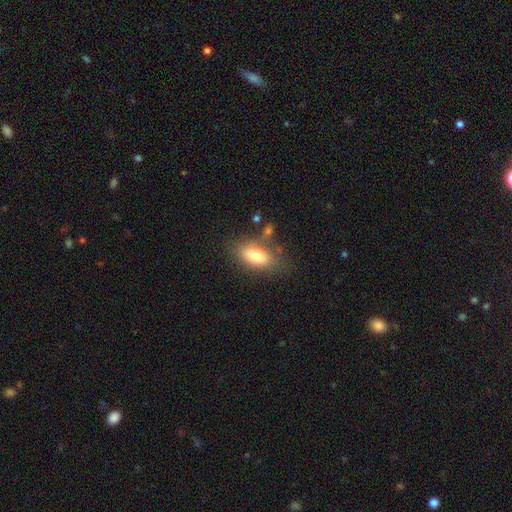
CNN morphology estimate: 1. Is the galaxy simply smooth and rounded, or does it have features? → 79% smooth, 13% featured or disk, 8% star or artifact.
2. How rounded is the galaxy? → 86% in between, 10% cigar-shaped, 4% round.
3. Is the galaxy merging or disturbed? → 70% none, 17% minor disturbance, 7% merger, 6% major disturbance.